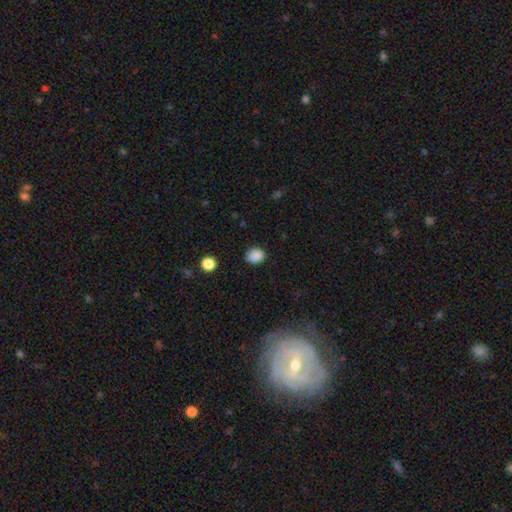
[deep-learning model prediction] Q: Smooth or featured?
A: smooth (87%); runner-up: star or artifact (10%)
Q: How rounded?
A: round (56%); runner-up: in between (43%)
Q: Merging?
A: none (82%); runner-up: minor disturbance (13%)